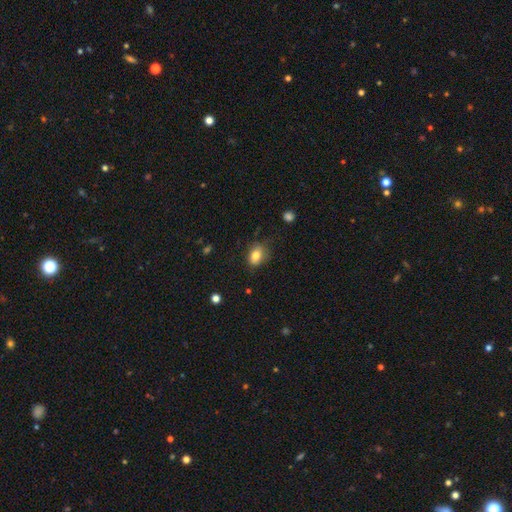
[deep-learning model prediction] Smooth or featured: smooth — 80% (star or artifact — 10%)
How rounded: in between — 68% (round — 31%)
Merging: none — 67% (minor disturbance — 24%)